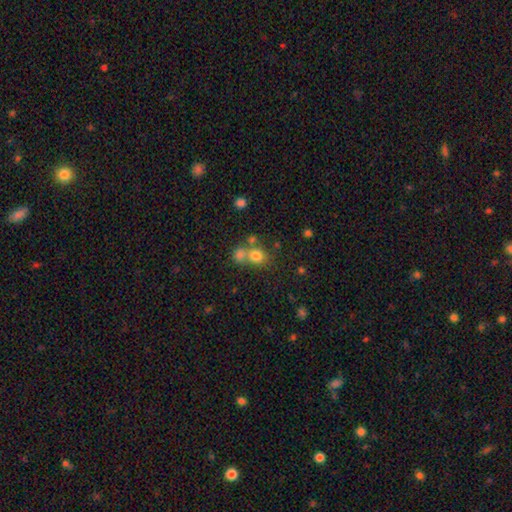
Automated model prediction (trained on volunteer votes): smooth-or-featured: smooth: 76% | star or artifact: 14% | featured or disk: 9%
  how-rounded: round: 79% | in between: 20% | cigar-shaped: 1%
  merging: none: 46% | merger: 43% | minor disturbance: 7% | major disturbance: 4%